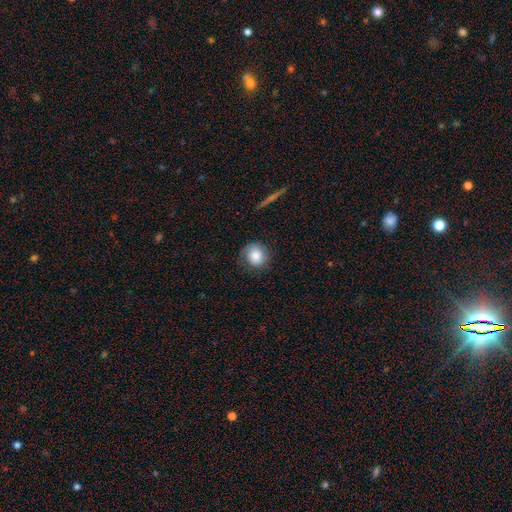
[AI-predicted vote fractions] Smooth or featured? Predicted: smooth (p=0.71). How rounded? Predicted: round (p=0.87). Merging? Predicted: none (p=0.71).